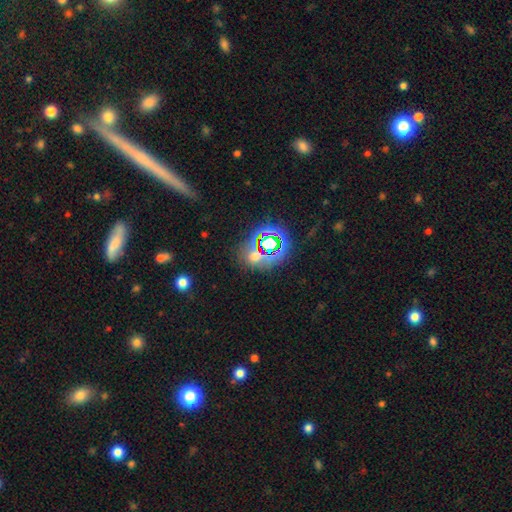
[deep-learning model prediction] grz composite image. It shows a star or artifact, not a galaxy (55%).